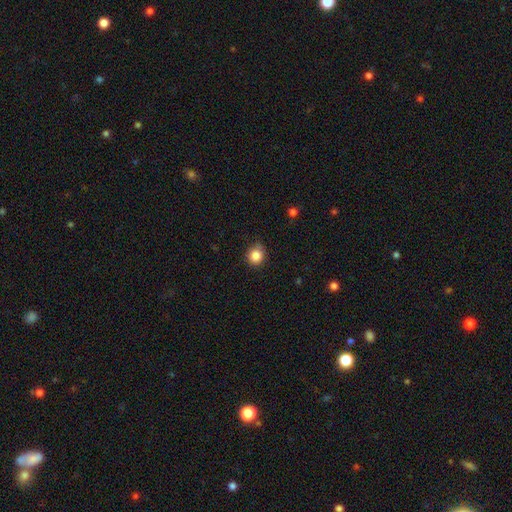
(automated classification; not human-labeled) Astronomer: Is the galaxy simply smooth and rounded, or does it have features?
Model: smooth — 85%.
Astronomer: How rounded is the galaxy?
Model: round — 88%.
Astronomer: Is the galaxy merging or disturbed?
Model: none — 80%.